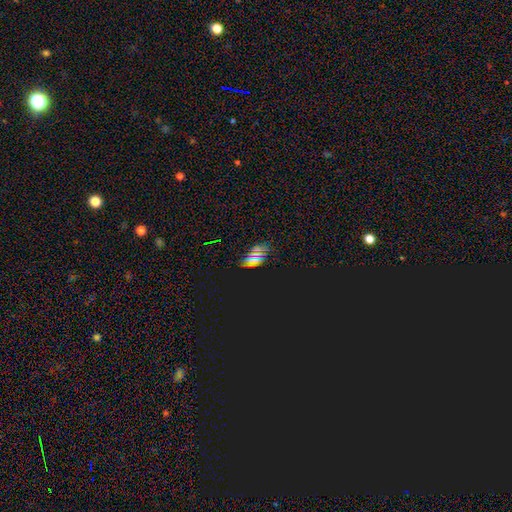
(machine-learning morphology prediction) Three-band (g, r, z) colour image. It shows a star or artifact, not a galaxy (57%).